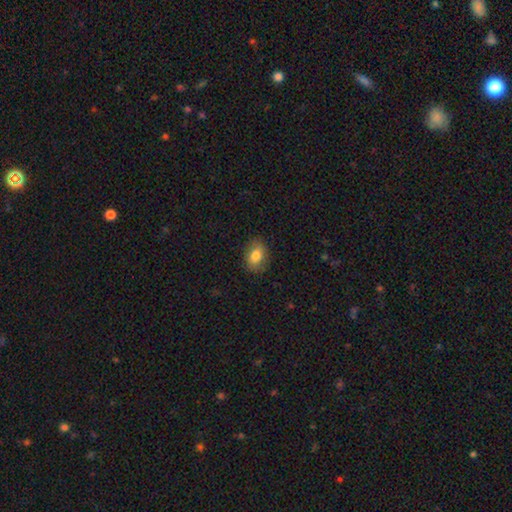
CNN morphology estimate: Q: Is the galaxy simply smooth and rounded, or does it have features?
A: smooth — 80%.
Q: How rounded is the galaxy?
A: in between — 77%.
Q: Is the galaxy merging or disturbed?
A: none — 85%.